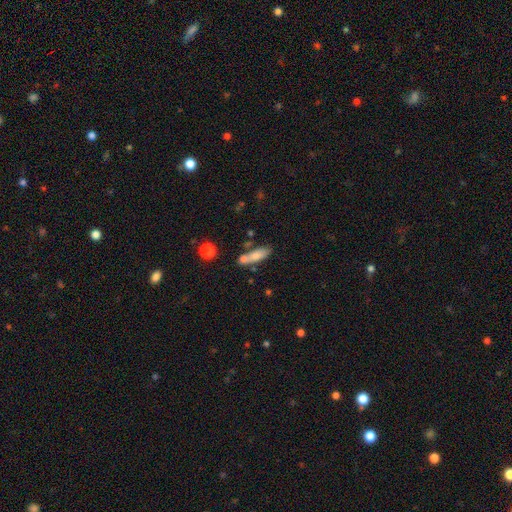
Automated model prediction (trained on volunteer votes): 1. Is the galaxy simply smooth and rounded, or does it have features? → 75% smooth, 17% featured or disk, 8% star or artifact.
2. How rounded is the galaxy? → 49% in between, 48% cigar-shaped, 3% round.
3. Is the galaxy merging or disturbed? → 56% none, 22% merger, 16% minor disturbance, 5% major disturbance.